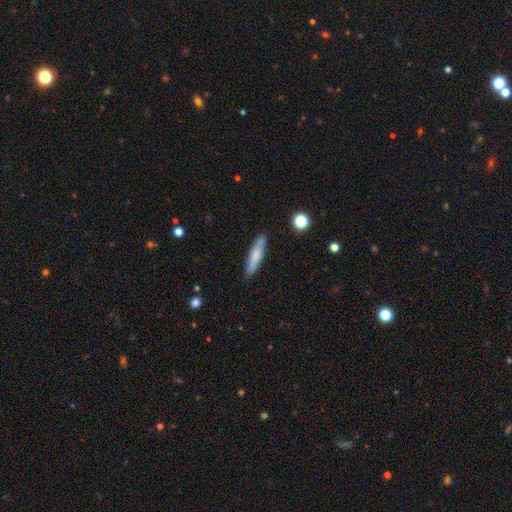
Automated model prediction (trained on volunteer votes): smooth_or_featured: smooth (p=0.70) [alt: featured or disk p=0.24]
how_rounded: cigar-shaped (p=0.84) [alt: in between p=0.14]
merging: none (p=0.87) [alt: minor disturbance p=0.10]